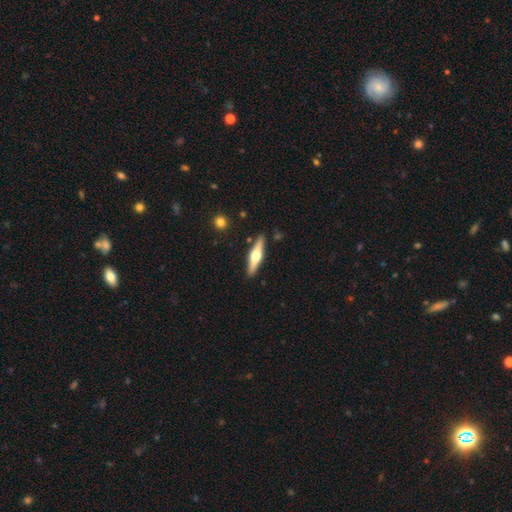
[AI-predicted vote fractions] featured or disk 65%, smooth 30%, star or artifact 5%. Down the decision tree: edge-on disk — yes (96%); edge-on bulge — rounded (95%); merging — none (89%).